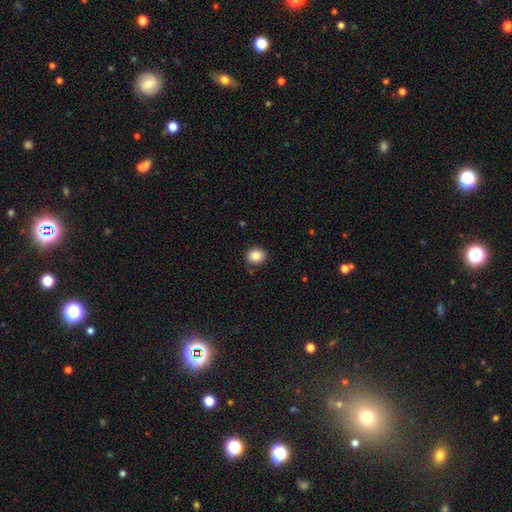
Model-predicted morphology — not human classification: smooth 86%, star or artifact 10%, featured or disk 5%. Down the decision tree: how rounded — round (74%); merging — none (89%).